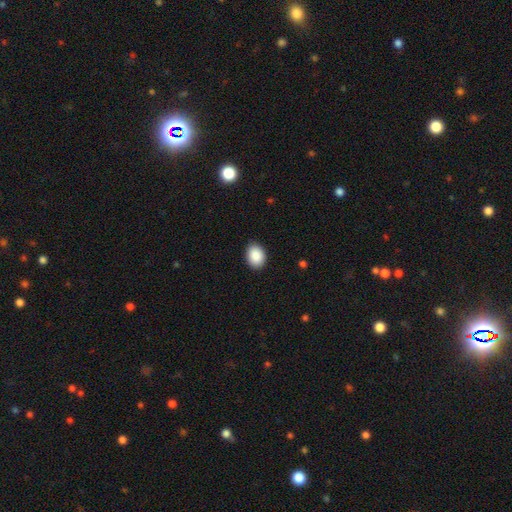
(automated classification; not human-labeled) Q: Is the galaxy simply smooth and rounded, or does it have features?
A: smooth — 90%.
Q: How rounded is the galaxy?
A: in between — 72%.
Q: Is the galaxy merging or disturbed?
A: none — 88%.